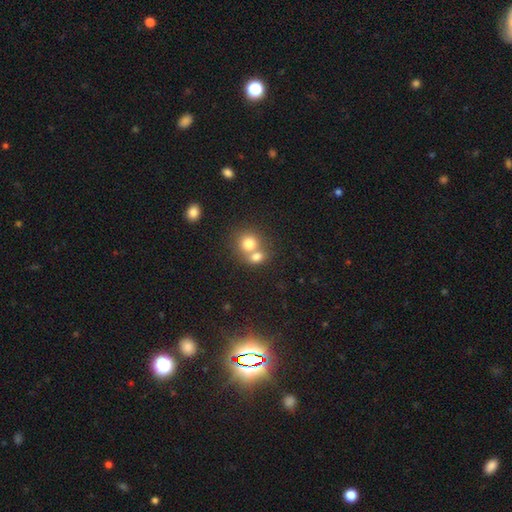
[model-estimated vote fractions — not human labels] A smooth galaxy with no disk features (71%) that is round (76%).

Vote fractions:
- Smooth or featured? smooth: 71% / star or artifact: 15% / featured or disk: 14%
- How rounded? round: 76% / in between: 23% / cigar-shaped: 1%
- Merging? merger: 57% / none: 34% / minor disturbance: 6% / major disturbance: 3%